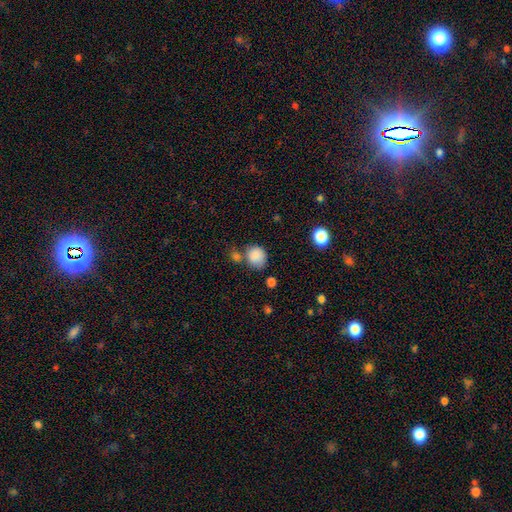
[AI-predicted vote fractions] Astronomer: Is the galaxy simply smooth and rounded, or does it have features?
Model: smooth — 86%.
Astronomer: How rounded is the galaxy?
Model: round — 77%.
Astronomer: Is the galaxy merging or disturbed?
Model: none — 55%.